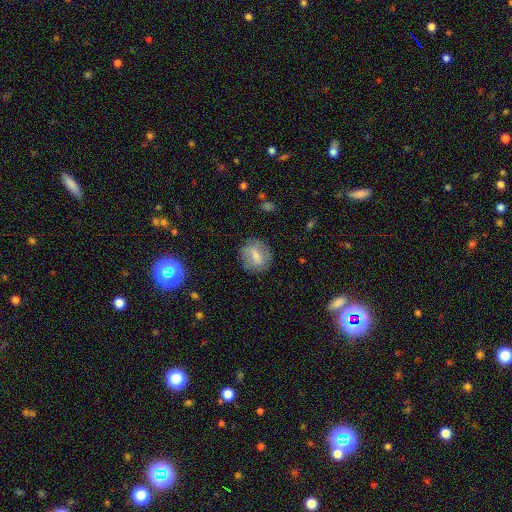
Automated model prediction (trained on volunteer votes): Smooth or featured: smooth — 59% (featured or disk — 32%)
How rounded: round — 78% (in between — 20%)
Merging: none — 79% (minor disturbance — 15%)